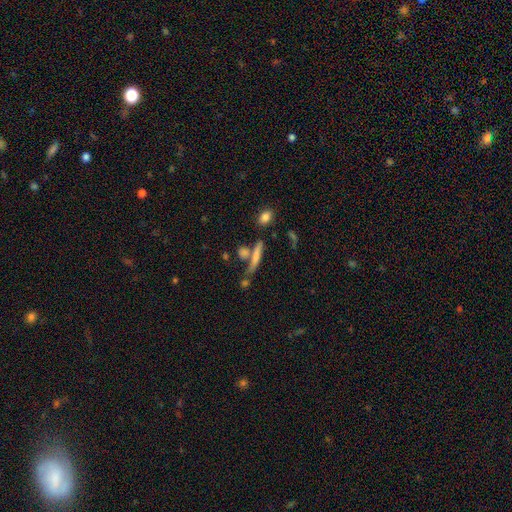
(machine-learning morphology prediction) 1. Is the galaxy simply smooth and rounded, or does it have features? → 63% smooth, 27% featured or disk, 10% star or artifact.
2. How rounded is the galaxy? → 82% cigar-shaped, 13% in between, 5% round.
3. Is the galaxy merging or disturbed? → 58% none, 21% merger, 14% minor disturbance, 7% major disturbance.